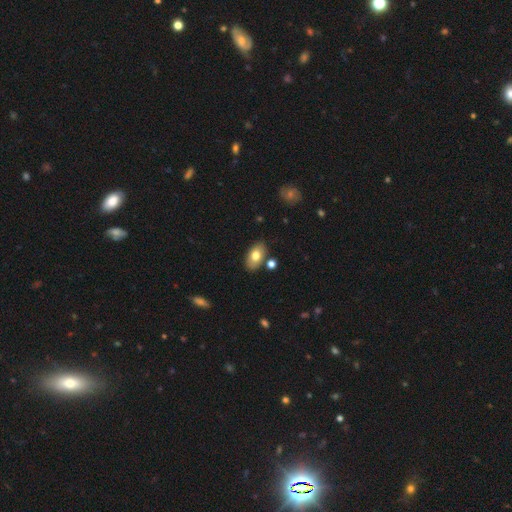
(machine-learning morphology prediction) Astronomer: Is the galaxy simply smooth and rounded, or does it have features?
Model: smooth — 74%.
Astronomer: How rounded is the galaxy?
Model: in between — 92%.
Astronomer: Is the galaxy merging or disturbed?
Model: none — 80%.